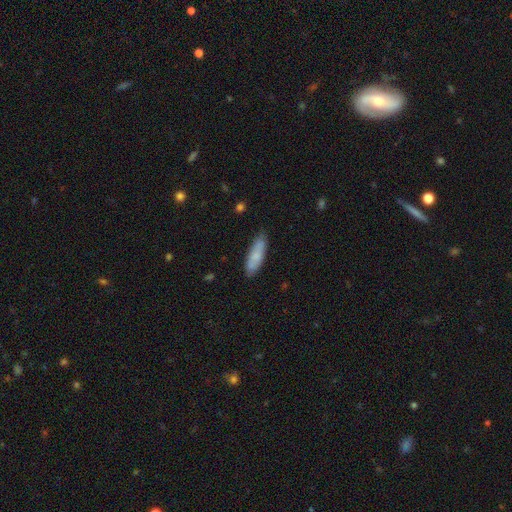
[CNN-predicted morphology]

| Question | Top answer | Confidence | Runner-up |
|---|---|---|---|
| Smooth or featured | smooth | 77% | featured or disk (17%) |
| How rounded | cigar-shaped | 55% | in between (43%) |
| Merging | none | 80% | minor disturbance (15%) |